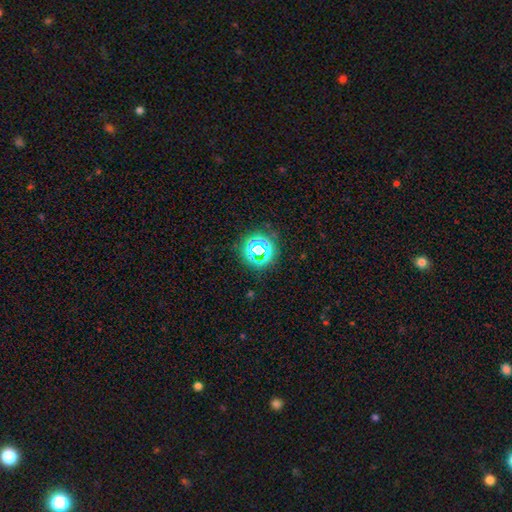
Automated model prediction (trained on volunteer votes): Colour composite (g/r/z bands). It shows a star or artifact, not a galaxy (67%).